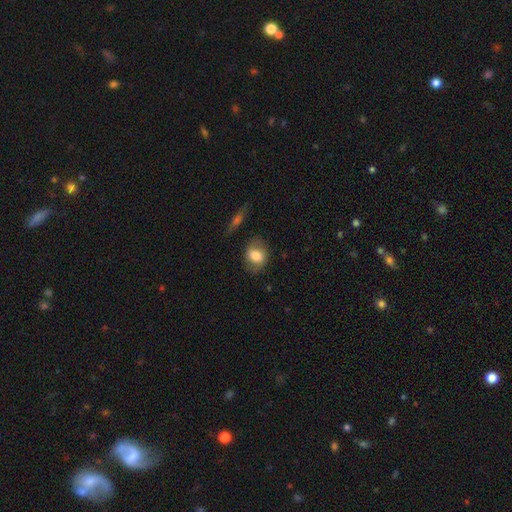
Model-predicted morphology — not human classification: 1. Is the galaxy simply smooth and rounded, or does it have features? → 70% smooth, 22% featured or disk, 8% star or artifact.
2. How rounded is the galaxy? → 60% in between, 39% round, 2% cigar-shaped.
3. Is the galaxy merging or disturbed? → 71% none, 20% minor disturbance, 7% major disturbance, 3% merger.